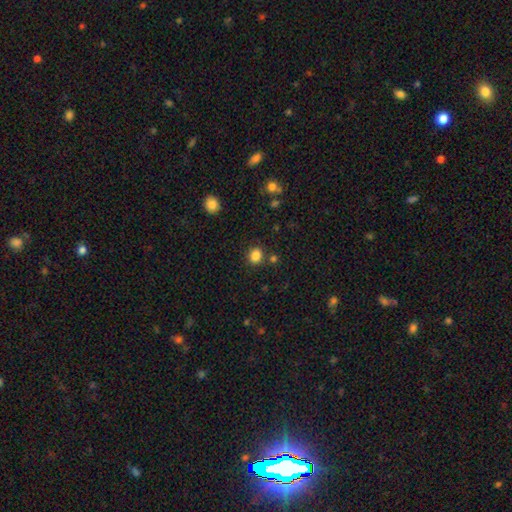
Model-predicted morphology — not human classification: Smooth or featured: smooth — 84% (star or artifact — 12%)
How rounded: round — 73% (in between — 26%)
Merging: none — 82% (minor disturbance — 9%)